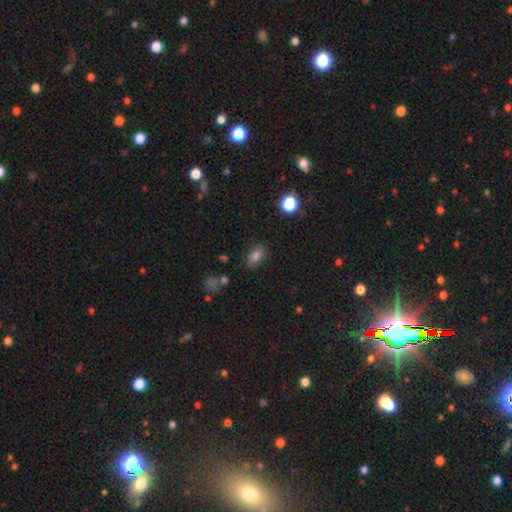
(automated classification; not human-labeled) smooth_or_featured: smooth (p=0.78) [alt: star or artifact p=0.11]
how_rounded: in between (p=0.88) [alt: round p=0.09]
merging: none (p=0.81) [alt: minor disturbance p=0.13]